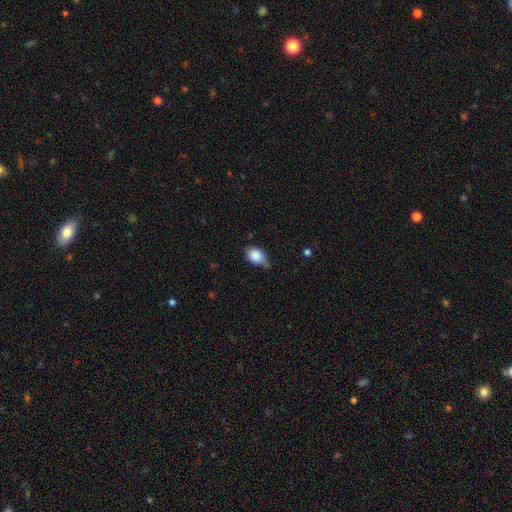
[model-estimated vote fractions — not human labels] The model was most divided on "merging": none: 45%, minor disturbance: 43%, major disturbance: 8%, merger: 4%. More confident: smooth or featured — smooth (86%); how rounded — in between (76%).